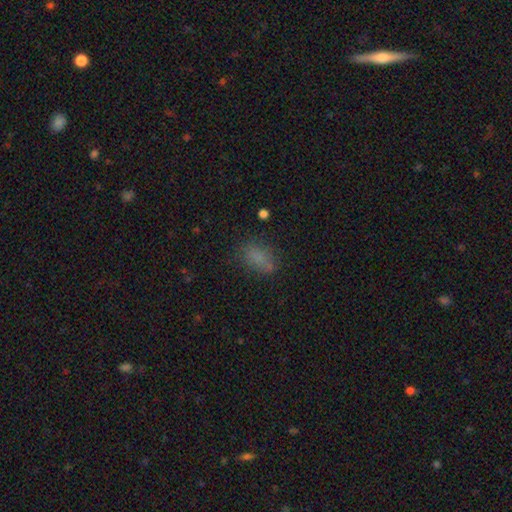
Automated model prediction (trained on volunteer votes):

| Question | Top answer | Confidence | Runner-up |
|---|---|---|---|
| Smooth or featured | smooth | 74% | star or artifact (17%) |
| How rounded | in between | 84% | round (12%) |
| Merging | none | 70% | minor disturbance (18%) |